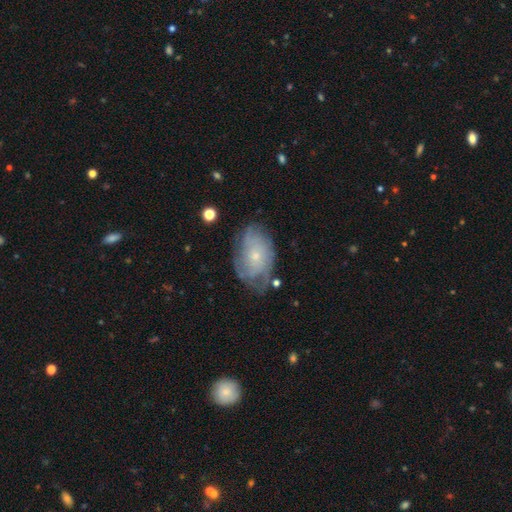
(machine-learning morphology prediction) The model was most divided on "smooth or featured": featured or disk: 62%, smooth: 30%, star or artifact: 8%. More confident: edge-on disk — no (95%); bar — no (83%); spiral arms — yes (76%); bulge size — small (75%); merging — none (61%).